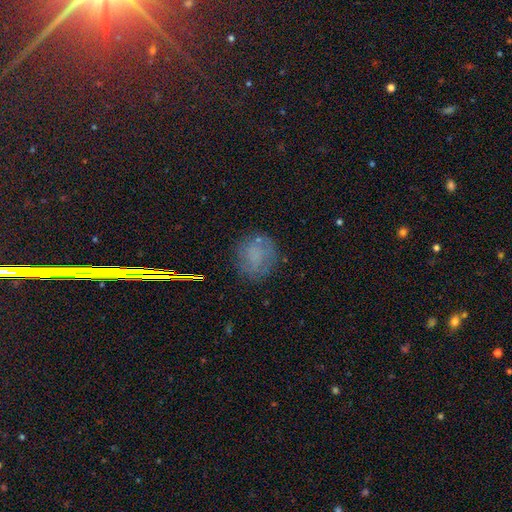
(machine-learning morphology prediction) smooth_or_featured: smooth (p=0.56) [alt: featured or disk p=0.26]
how_rounded: round (p=0.80) [alt: in between p=0.19]
merging: none (p=0.71) [alt: minor disturbance p=0.18]